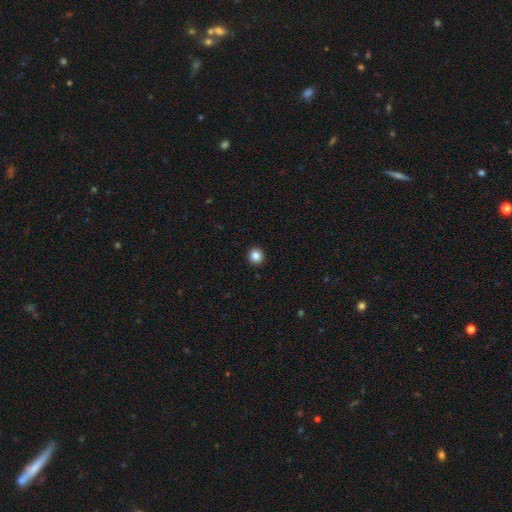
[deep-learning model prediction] smooth 86%, star or artifact 11%, featured or disk 4%. Down the decision tree: how rounded — round (94%); merging — none (94%).